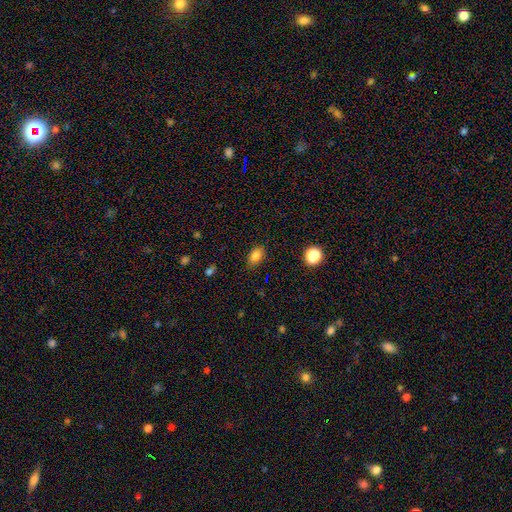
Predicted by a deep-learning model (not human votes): Smooth or featured? smooth (84%)
How rounded? in between (84%)
Merging? none (86%)